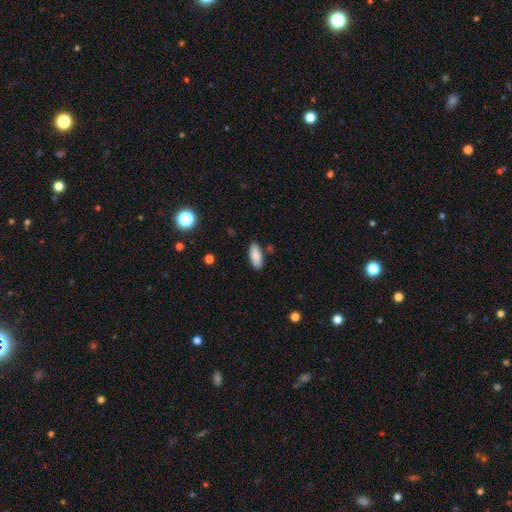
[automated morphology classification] smooth-or-featured: smooth: 88% | star or artifact: 7% | featured or disk: 6%
  how-rounded: in between: 79% | cigar-shaped: 19% | round: 2%
  merging: none: 85% | minor disturbance: 10% | merger: 3% | major disturbance: 2%